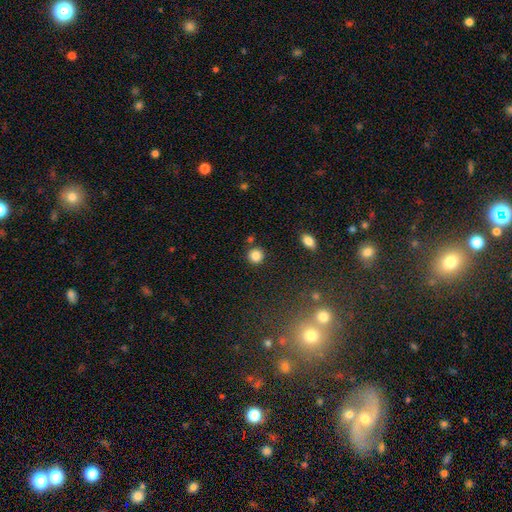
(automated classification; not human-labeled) smooth_or_featured: smooth (p=0.85) [alt: star or artifact p=0.11]
how_rounded: round (p=0.92) [alt: in between p=0.07]
merging: none (p=0.85) [alt: minor disturbance p=0.07]